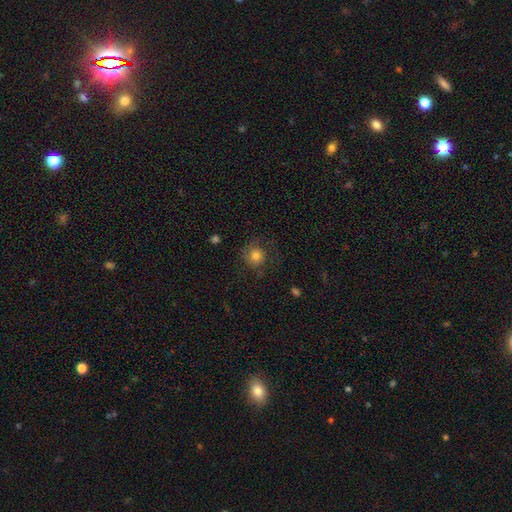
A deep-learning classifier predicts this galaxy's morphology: A smooth galaxy with no disk features (74%) that is round (88%).

Vote fractions:
- Smooth or featured? smooth: 74% / featured or disk: 16% / star or artifact: 10%
- How rounded? round: 88% / in between: 11% / cigar-shaped: 1%
- Merging? none: 65% / minor disturbance: 19% / major disturbance: 14% / merger: 1%